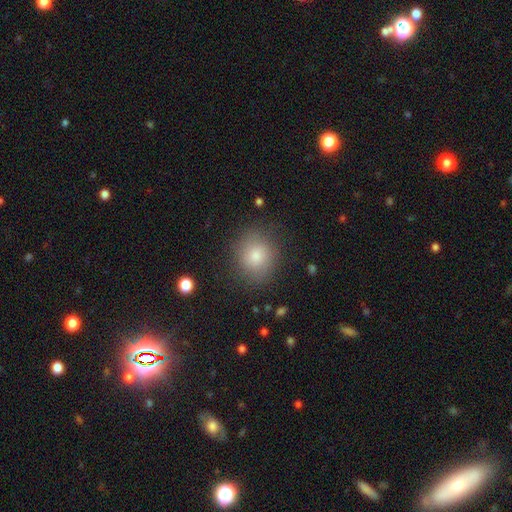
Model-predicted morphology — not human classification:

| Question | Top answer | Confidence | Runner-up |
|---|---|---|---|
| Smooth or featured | smooth | 79% | star or artifact (12%) |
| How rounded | round | 79% | in between (20%) |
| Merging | none | 84% | minor disturbance (11%) |